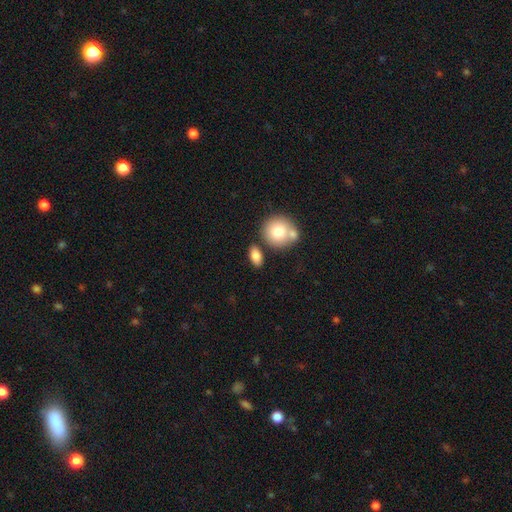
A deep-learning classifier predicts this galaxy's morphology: A smooth galaxy with no disk features (82%) that is in between round and cigar-shaped (80%).

Vote fractions:
- Smooth or featured? smooth: 82% / featured or disk: 10% / star or artifact: 7%
- How rounded? in between: 80% / round: 15% / cigar-shaped: 5%
- Merging? none: 72% / merger: 13% / minor disturbance: 12% / major disturbance: 4%